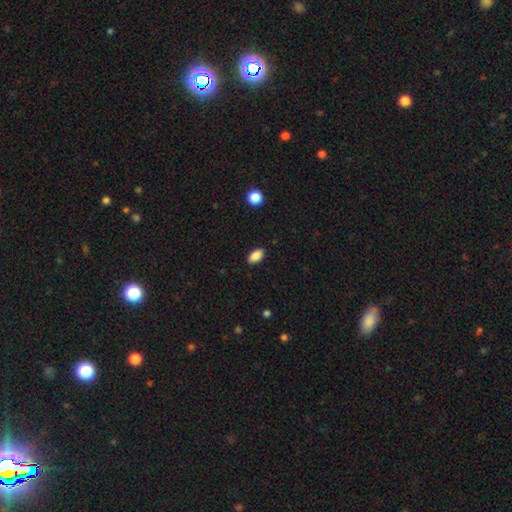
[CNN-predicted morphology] type=smooth (88%); roundness=in between (92%); merging=none (88%).